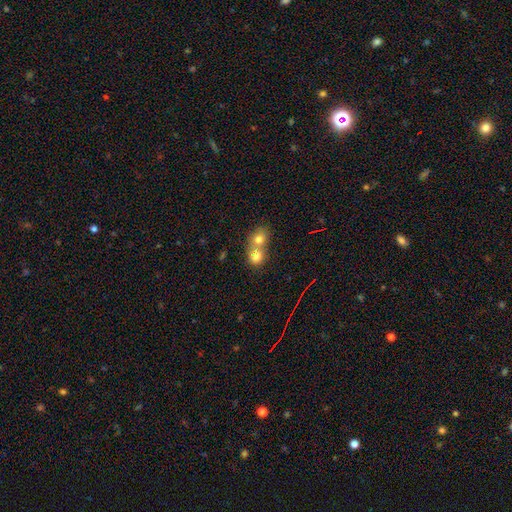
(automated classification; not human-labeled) This appears to be a smooth galaxy with no disk features (74%) that is round (73%). Merging: merger (67%).